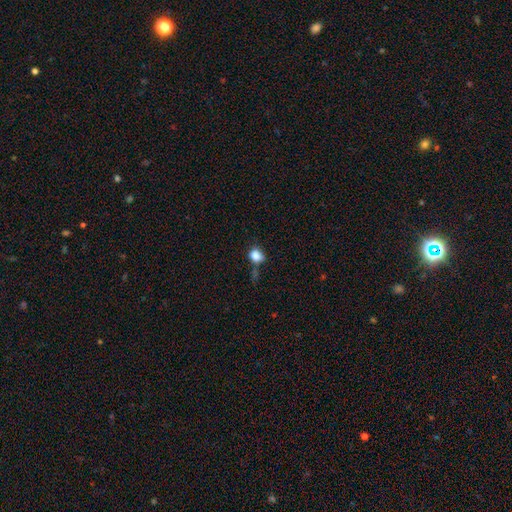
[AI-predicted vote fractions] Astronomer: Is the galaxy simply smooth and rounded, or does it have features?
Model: smooth — 83%.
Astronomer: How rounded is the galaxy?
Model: in between — 49%, tied with round at 49%.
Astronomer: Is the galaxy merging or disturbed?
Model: none — 51% (runner-up: minor disturbance, 26%).